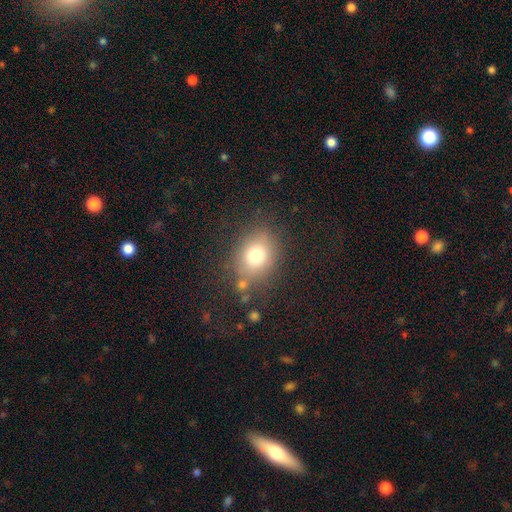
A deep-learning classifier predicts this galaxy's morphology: A smooth galaxy with no disk features (74%) that is round (54%).

Vote fractions:
- Smooth or featured? smooth: 74% / star or artifact: 13% / featured or disk: 13%
- How rounded? round: 54% / in between: 45% / cigar-shaped: 1%
- Merging? none: 76% / minor disturbance: 14% / major disturbance: 6% / merger: 5%